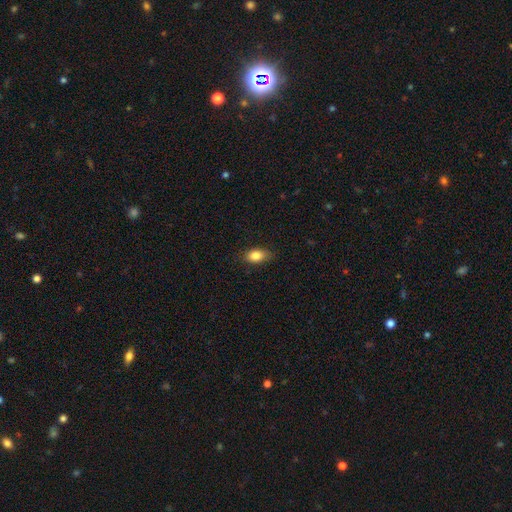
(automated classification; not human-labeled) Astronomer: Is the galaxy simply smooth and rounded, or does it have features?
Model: smooth — 84%.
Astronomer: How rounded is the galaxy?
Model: in between — 86%.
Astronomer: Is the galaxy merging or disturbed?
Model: none — 82%.